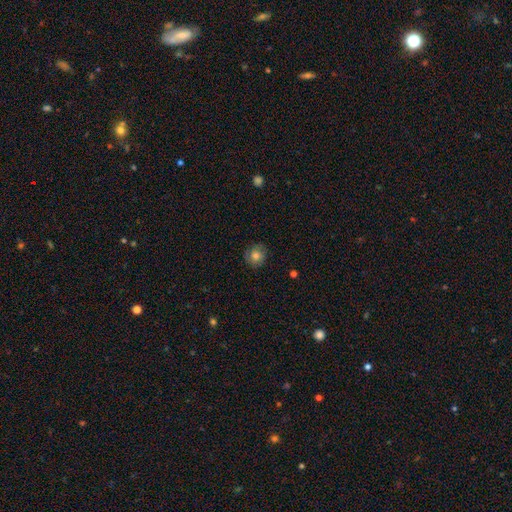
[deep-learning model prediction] Morphology: type=smooth (74%); roundness=round (86%); merging=none (80%).